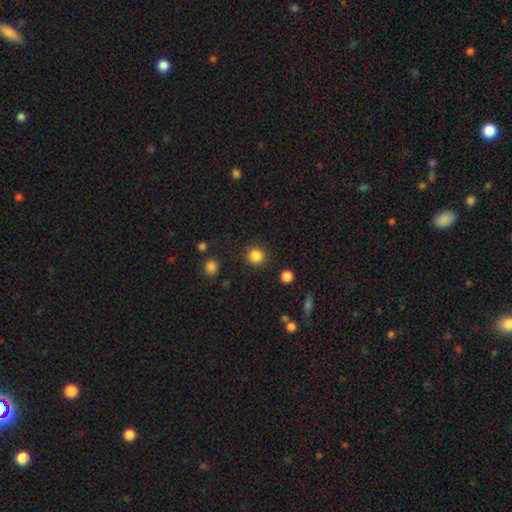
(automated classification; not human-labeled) This appears to be a smooth galaxy with no disk features (85%) that is round (91%). Merging: none (89%).